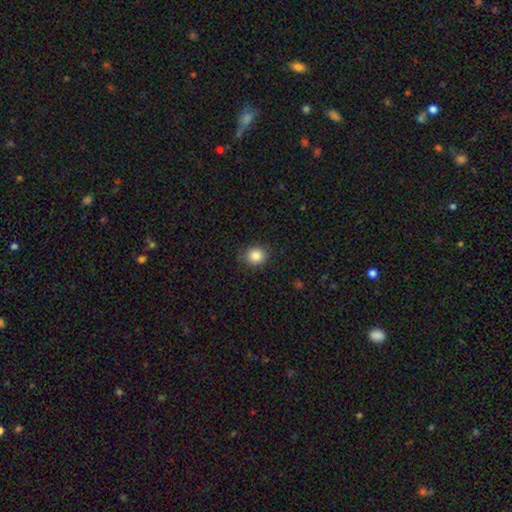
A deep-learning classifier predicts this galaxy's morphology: type=smooth (85%); roundness=round (79%); merging=none (84%).